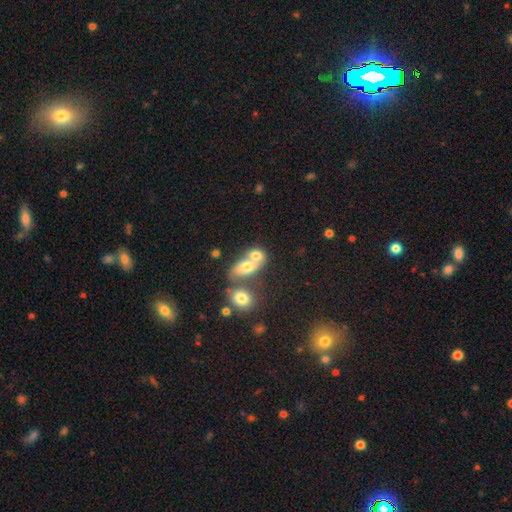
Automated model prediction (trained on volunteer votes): This is likely a smooth galaxy (69%). How rounded: likely in between (72%). Merging: likely merger (65%).